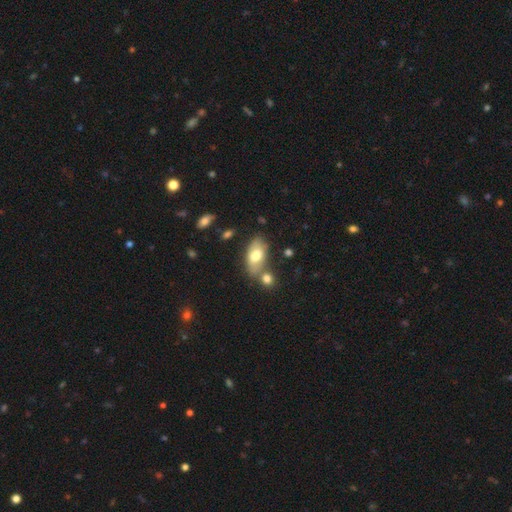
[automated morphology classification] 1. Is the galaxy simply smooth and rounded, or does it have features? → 68% smooth, 25% featured or disk, 7% star or artifact.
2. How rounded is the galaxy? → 91% in between, 5% cigar-shaped, 5% round.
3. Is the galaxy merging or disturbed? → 58% none, 20% merger, 17% minor disturbance, 5% major disturbance.